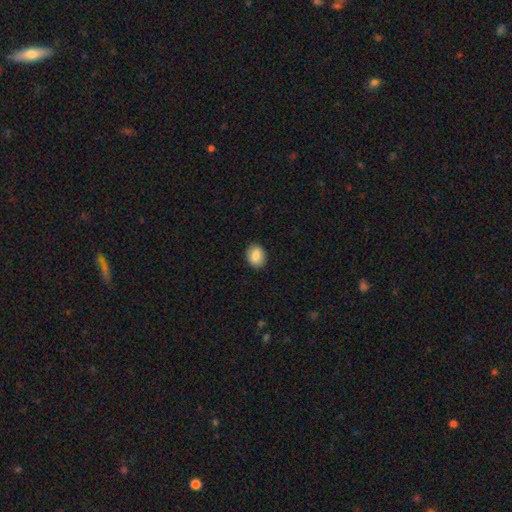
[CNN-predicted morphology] A smooth galaxy with no disk features (86%) that is in between round and cigar-shaped (58%). Merging: none (89%).